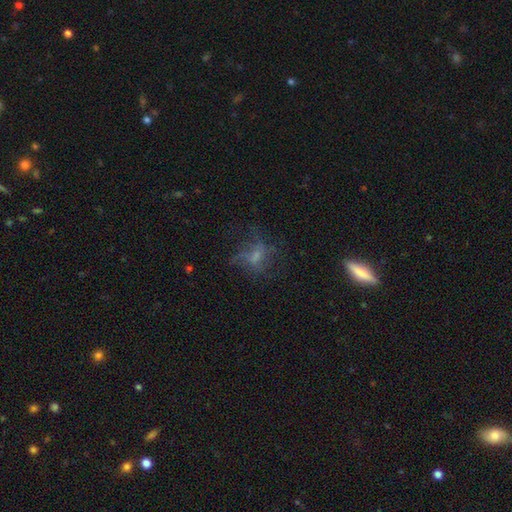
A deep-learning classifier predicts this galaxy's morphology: This appears to be a featured or disk galaxy (42%). Merging: none (47%).